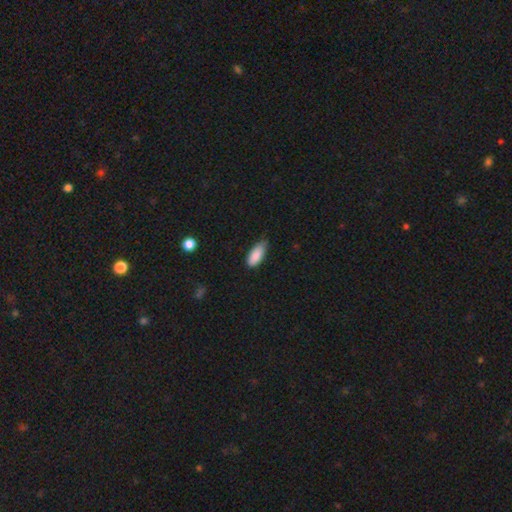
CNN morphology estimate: smooth 86%, featured or disk 7%, star or artifact 7%. Down the decision tree: how rounded — in between (85%); merging — none (55%).